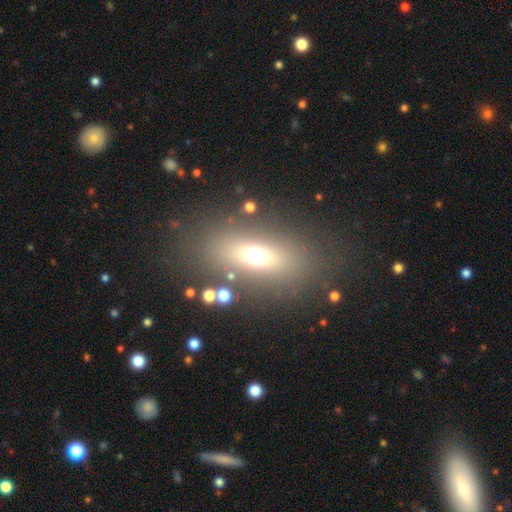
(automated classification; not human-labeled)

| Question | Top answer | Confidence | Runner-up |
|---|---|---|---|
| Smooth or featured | smooth | 61% | featured or disk (22%) |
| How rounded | in between | 69% | cigar-shaped (17%) |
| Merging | none | 79% | minor disturbance (10%) |